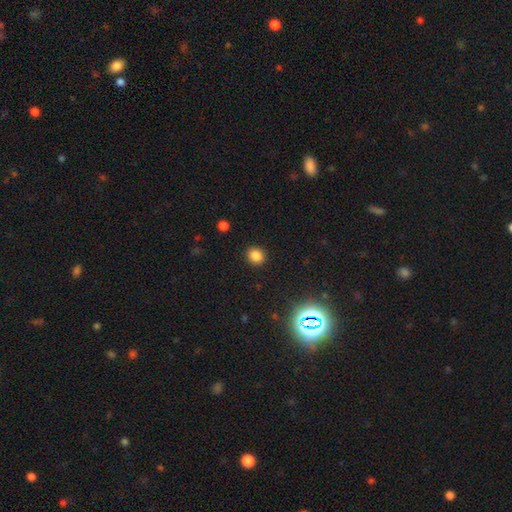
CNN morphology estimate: smooth 83%, star or artifact 13%, featured or disk 4%. Down the decision tree: how rounded — round (76%); merging — none (90%).